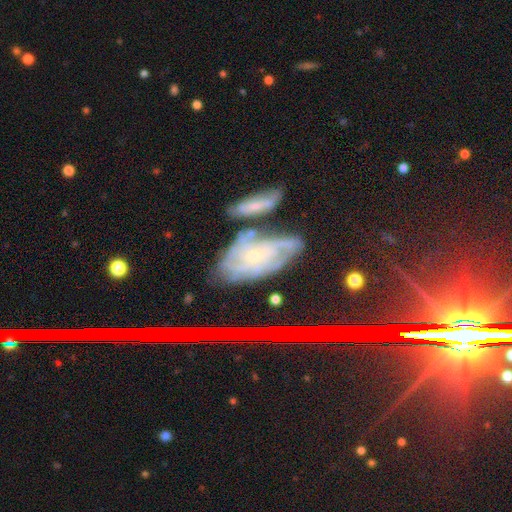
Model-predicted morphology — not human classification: type=featured or disk (67%); edge-on=no (89%); bar=no (74%); spiral arms=yes (84%); winding=tight (62%); arm count=can't tell (49%); bulge=small (71%); merging=none (56%).